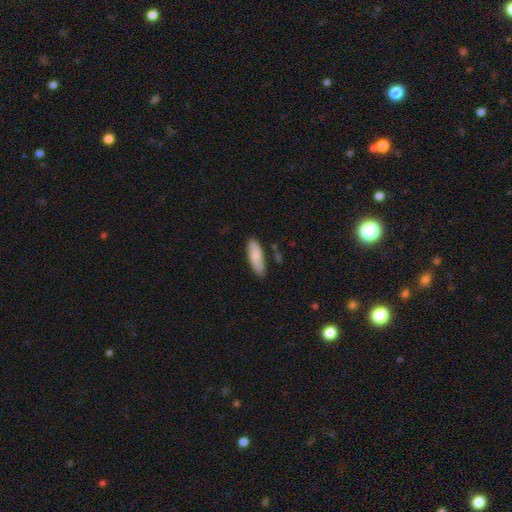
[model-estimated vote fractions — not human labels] smooth 82%, featured or disk 12%, star or artifact 6%. Down the decision tree: how rounded — in between (56%); merging — none (77%).